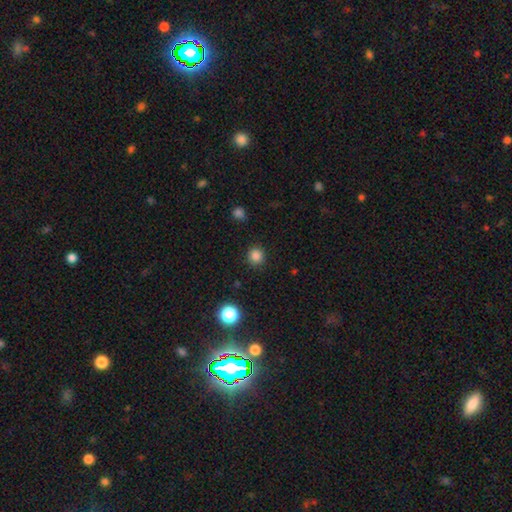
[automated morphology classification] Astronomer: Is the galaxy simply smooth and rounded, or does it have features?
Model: smooth — 84%.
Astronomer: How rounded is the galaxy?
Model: round — 92%.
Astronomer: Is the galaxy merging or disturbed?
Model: none — 90%.